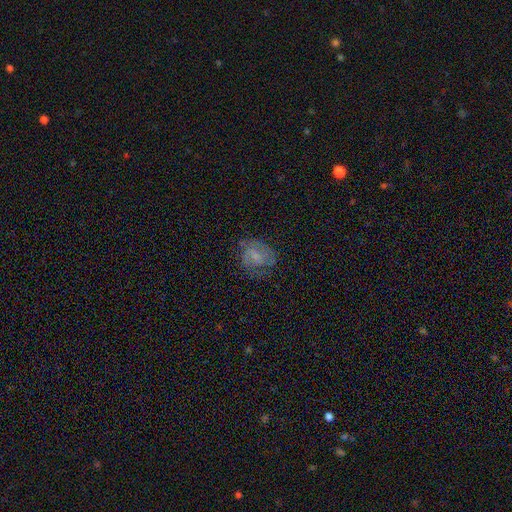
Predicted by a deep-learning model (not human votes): smooth-or-featured: featured or disk: 58% | smooth: 33% | star or artifact: 10%
  disk-edge-on: no: 97% | yes: 3%
    bar: weak: 48% | no: 40% | strong: 12%
    has-spiral-arms: yes: 79% | no: 21%
    bulge-size: small: 51% | none: 24% | moderate: 21% | large: 2% | dominant: 1%
  merging: none: 62% | minor disturbance: 22% | major disturbance: 15% | merger: 2%